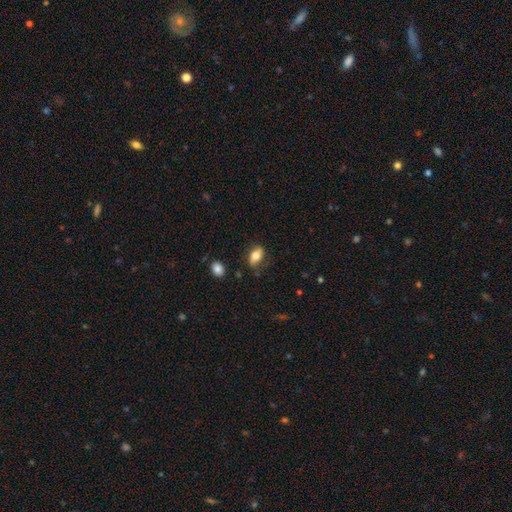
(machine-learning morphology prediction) Overall: smooth (75%). How rounded: in between (87%). Merging: none (70%).